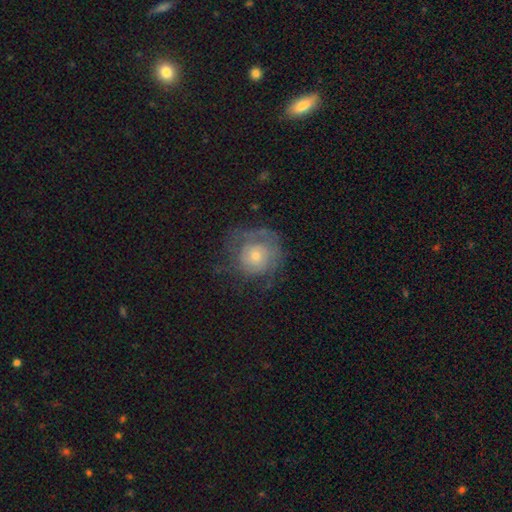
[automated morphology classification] Overall: featured or disk (56%; smooth 34%). Edge-on disk: no (97%). Bar: no (84%). Spiral arms: yes (68%; no 32%). Bulge size: small (55%; moderate 38%). Merging: none (59%; minor disturbance 20%).